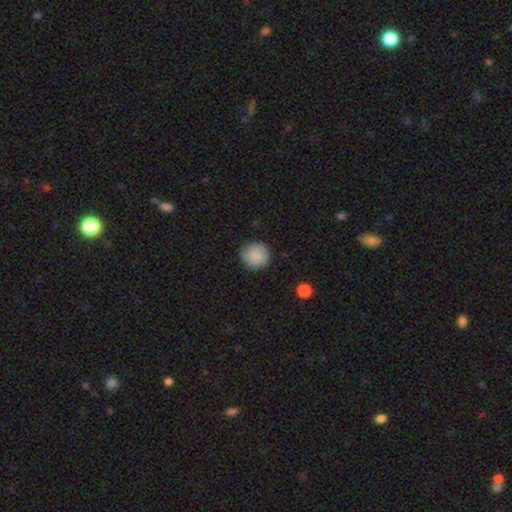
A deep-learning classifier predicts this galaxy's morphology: smooth-or-featured: smooth: 86% | star or artifact: 8% | featured or disk: 6%
  how-rounded: round: 88% | in between: 11% | cigar-shaped: 1%
  merging: none: 81% | minor disturbance: 15% | major disturbance: 3% | merger: 1%